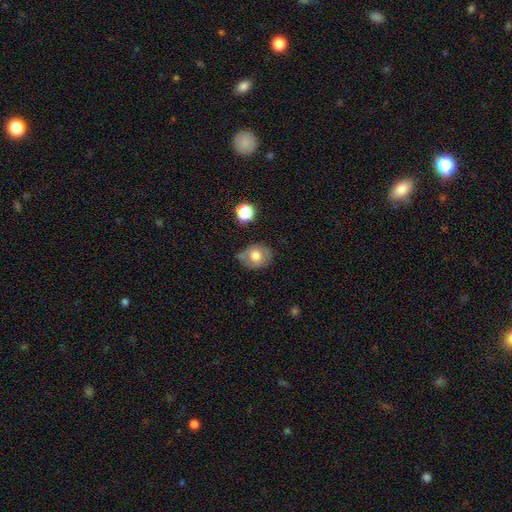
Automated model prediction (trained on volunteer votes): smooth 69%, featured or disk 22%, star or artifact 10%. Down the decision tree: how rounded — in between (51%); merging — none (63%).